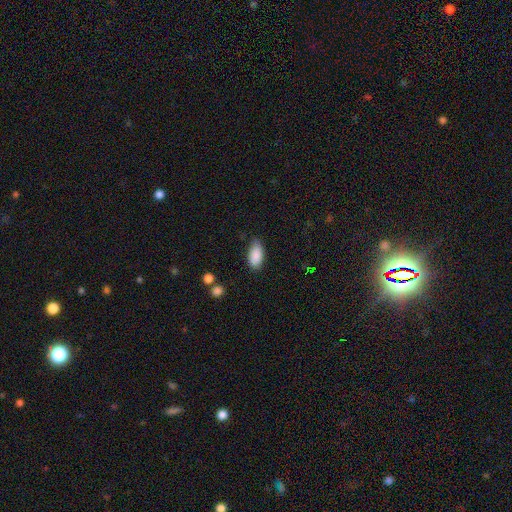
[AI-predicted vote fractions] Smooth or featured: smooth — 89% (star or artifact — 7%)
How rounded: in between — 93% (cigar-shaped — 5%)
Merging: none — 72% (minor disturbance — 23%)